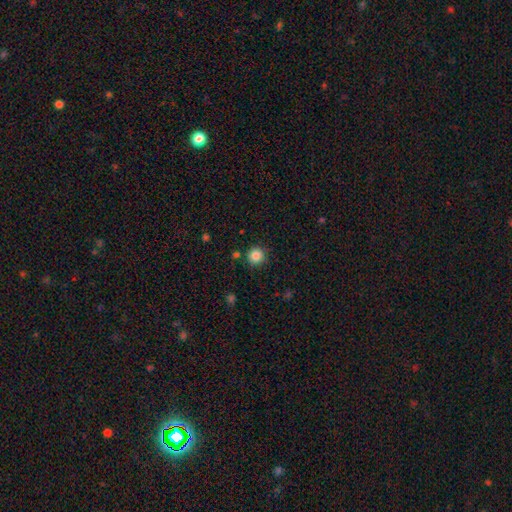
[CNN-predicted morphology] Smooth or featured: smooth — 85% (star or artifact — 11%)
How rounded: round — 95% (in between — 4%)
Merging: none — 88% (minor disturbance — 7%)